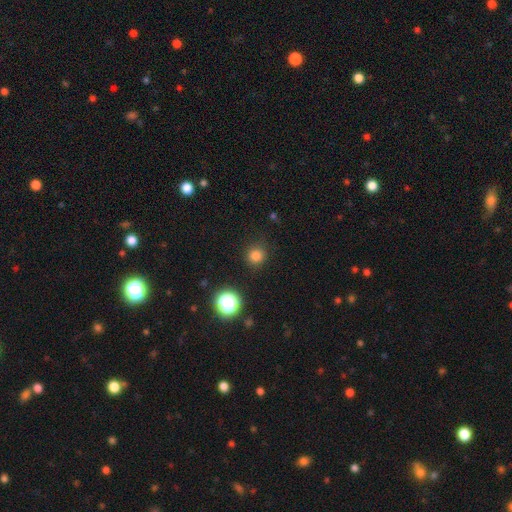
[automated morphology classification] This is likely a smooth galaxy (79%). How rounded: clearly round (94%). Merging: clearly none (89%).